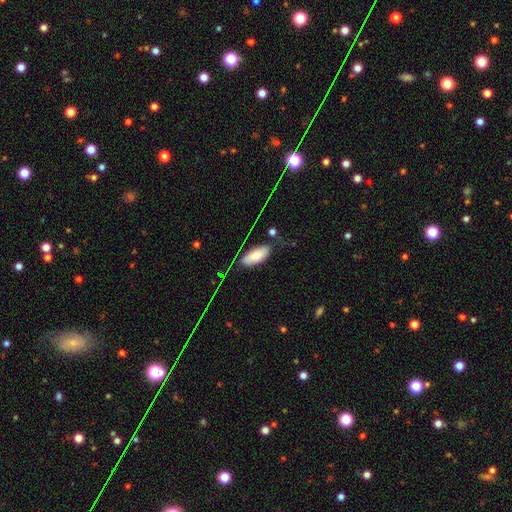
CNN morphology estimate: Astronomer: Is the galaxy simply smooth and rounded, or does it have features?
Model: smooth — 77%.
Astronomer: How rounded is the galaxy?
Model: in between — 88%.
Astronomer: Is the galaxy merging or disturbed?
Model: none — 62%.